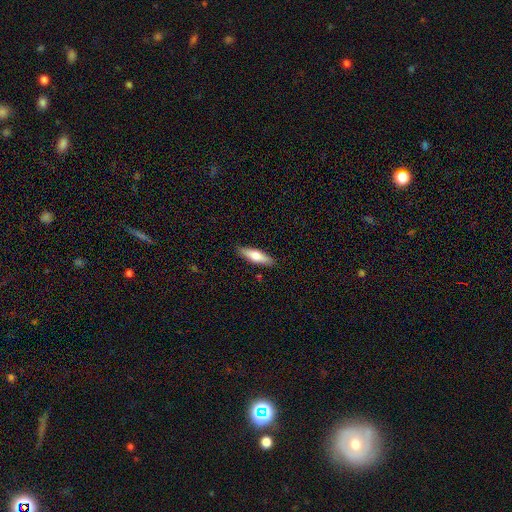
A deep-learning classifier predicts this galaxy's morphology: Smooth or featured? smooth (66%)
How rounded? cigar-shaped (59%)
Merging? none (89%)